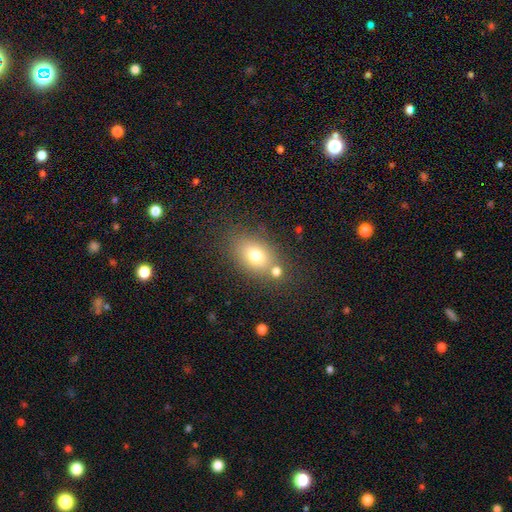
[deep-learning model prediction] Morphology: type=smooth (74%); roundness=in between (76%); merging=none (64%).